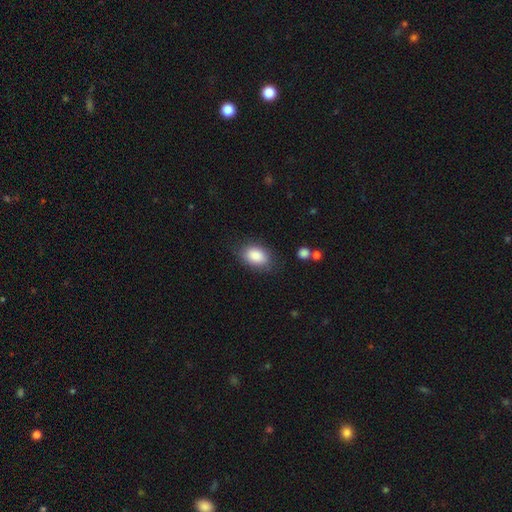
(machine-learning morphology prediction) This appears to be a smooth galaxy with no disk features (88%) that is in between round and cigar-shaped (87%). Merging: none (79%).